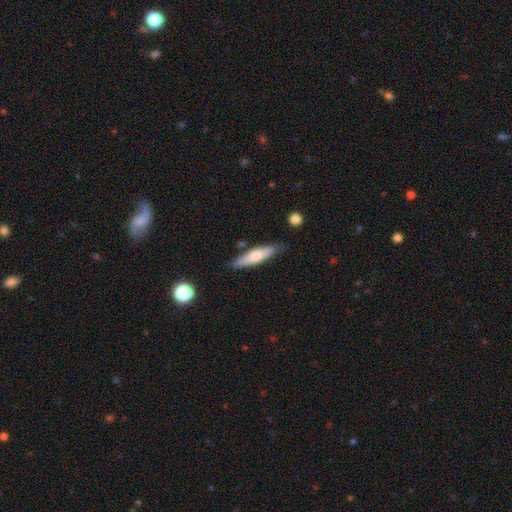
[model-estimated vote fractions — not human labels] smooth-or-featured: smooth: 58% | featured or disk: 36% | star or artifact: 6%
  how-rounded: cigar-shaped: 67% | in between: 31% | round: 2%
  merging: none: 81% | minor disturbance: 13% | merger: 4% | major disturbance: 3%